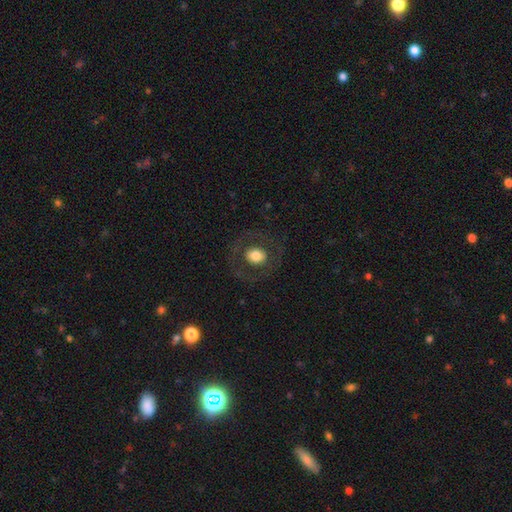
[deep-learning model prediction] Smooth or featured?
  - smooth: 64% *
  - featured or disk: 28%
  - star or artifact: 8%
How rounded?
  - round: 73% *
  - in between: 26%
  - cigar-shaped: 1%
Merging?
  - none: 80% *
  - minor disturbance: 10%
  - major disturbance: 9%
  - merger: 1%